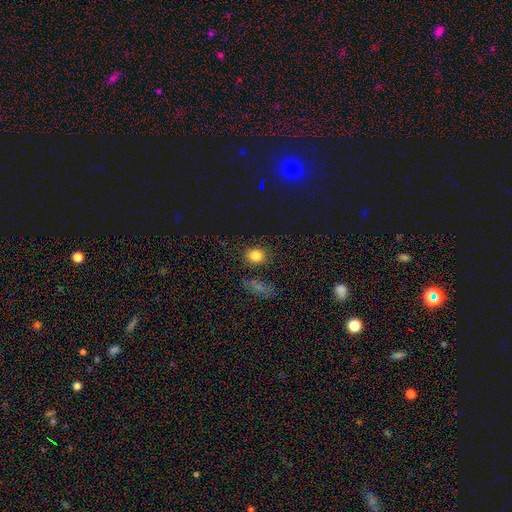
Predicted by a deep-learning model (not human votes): Smooth or featured?
  - smooth: 80% *
  - star or artifact: 15%
  - featured or disk: 5%
How rounded?
  - round: 66% *
  - in between: 32%
  - cigar-shaped: 2%
Merging?
  - none: 83% *
  - minor disturbance: 10%
  - merger: 3%
  - major disturbance: 3%